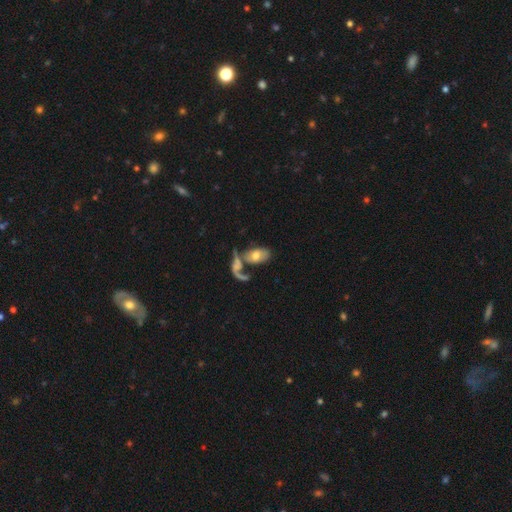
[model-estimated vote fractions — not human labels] Overall: smooth (53%; featured or disk 39%). How rounded: in between (91%). Merging: merger (50%; none 22%).